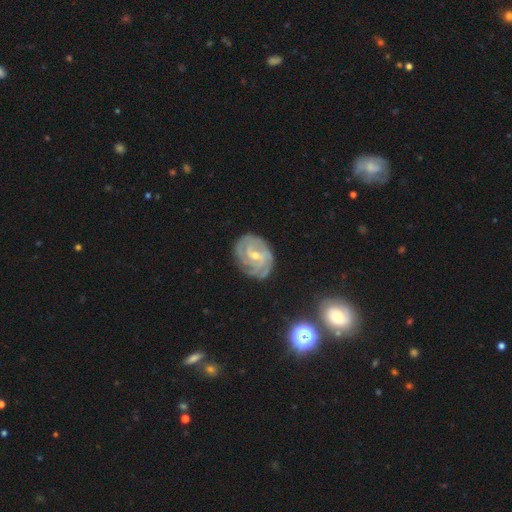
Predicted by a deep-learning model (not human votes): This appears to be a featured or disk galaxy (86%) with a weak bar (50%), 3 (29%) tight (72%) spiral arms (97%) and a small central bulge (63%). Merging: none (74%).